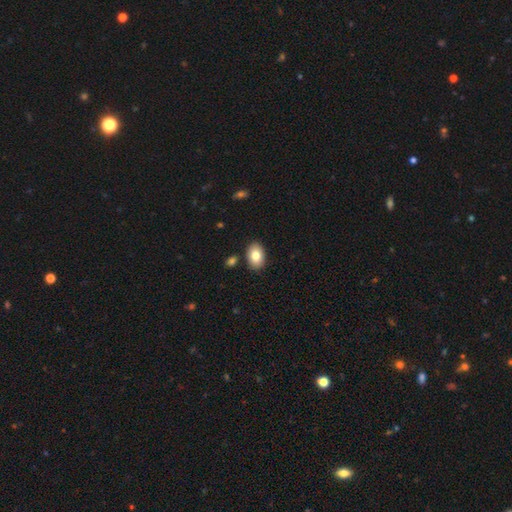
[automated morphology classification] smooth 81%, featured or disk 11%, star or artifact 7%. Down the decision tree: how rounded — in between (87%); merging — none (86%).